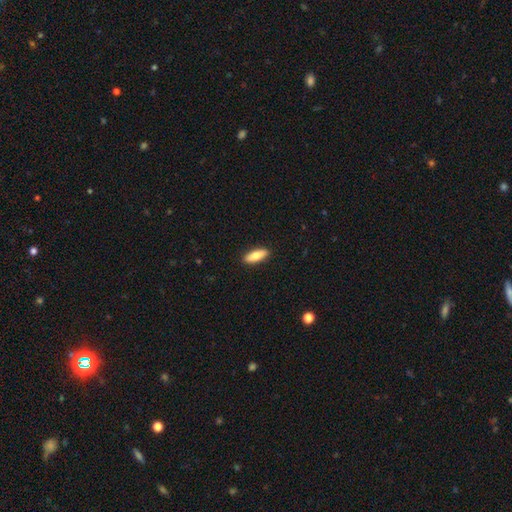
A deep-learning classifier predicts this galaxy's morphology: A smooth galaxy with no disk features (78%) that is in between round and cigar-shaped (60%). Merging: none (91%).